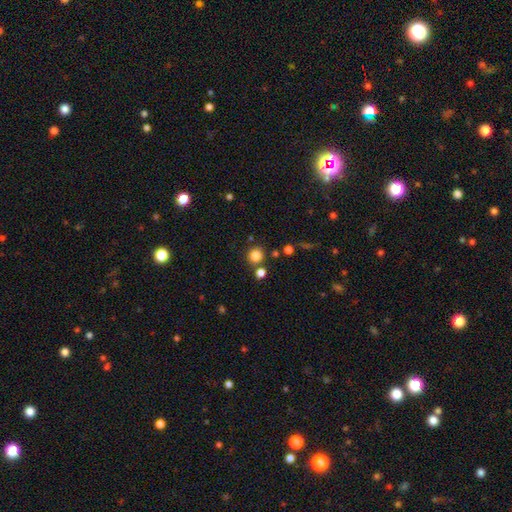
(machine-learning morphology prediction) This appears to be a smooth galaxy with no disk features (83%) that is round (91%). Merging: none (81%).